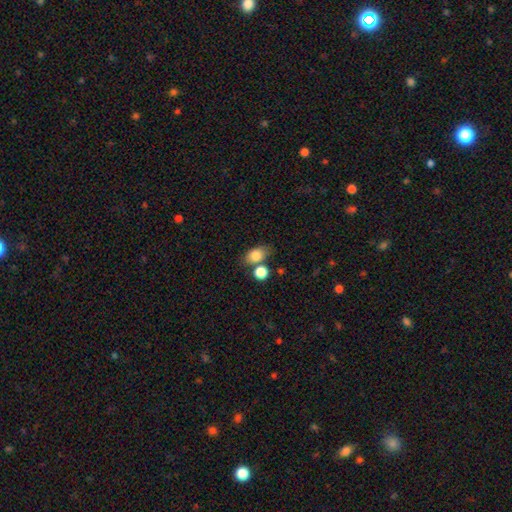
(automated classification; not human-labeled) This is clearly a smooth galaxy (82%). How rounded: likely in between (72%). Merging: possibly none (57%).